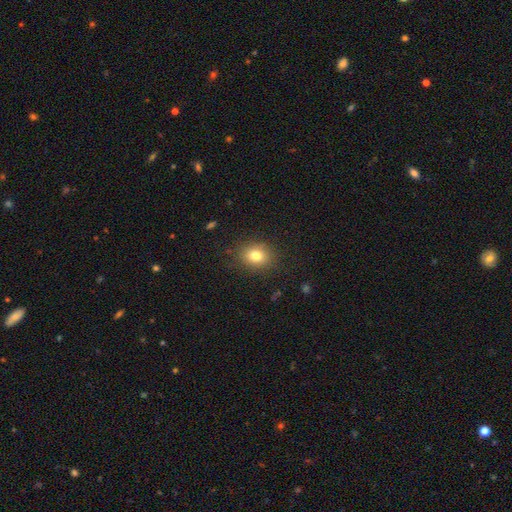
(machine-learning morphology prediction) This is likely a smooth galaxy (80%). How rounded: possibly in between (50%). Merging: clearly none (86%).